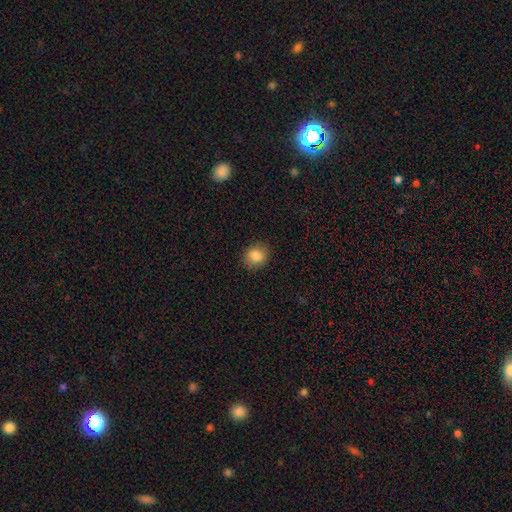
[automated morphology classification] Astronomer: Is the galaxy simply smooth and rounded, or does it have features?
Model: smooth — 86%.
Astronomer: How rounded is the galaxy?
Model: round — 77%.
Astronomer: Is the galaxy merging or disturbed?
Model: none — 88%.